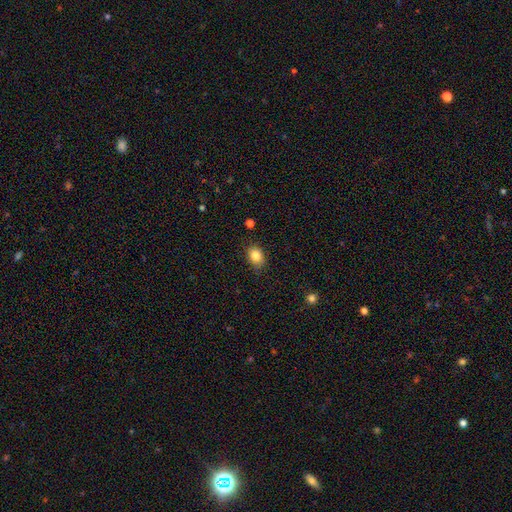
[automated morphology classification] This is clearly a smooth galaxy (84%). How rounded: likely in between (66%). Merging: likely none (79%).